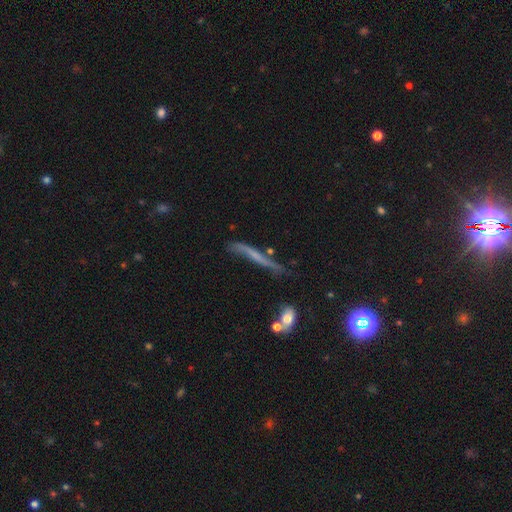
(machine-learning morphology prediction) The model was most divided on "smooth or featured": featured or disk: 55%, smooth: 35%, star or artifact: 10%. More confident: edge-on disk — yes (72%); merging — none (51%).